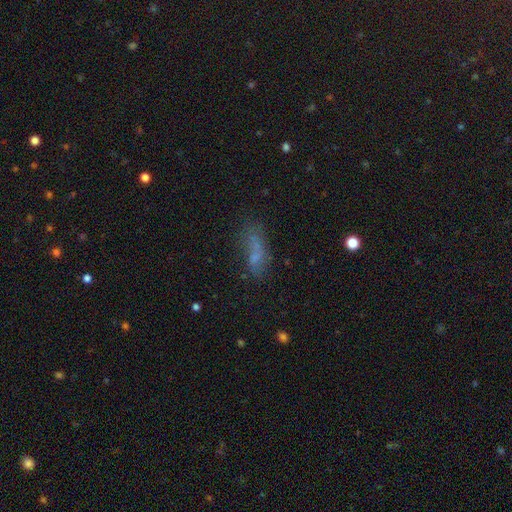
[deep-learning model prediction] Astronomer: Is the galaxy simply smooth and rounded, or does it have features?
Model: smooth — 58%.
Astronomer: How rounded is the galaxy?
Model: in between — 63%.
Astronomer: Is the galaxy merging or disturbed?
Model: none — 44% (runner-up: minor disturbance, 24%).